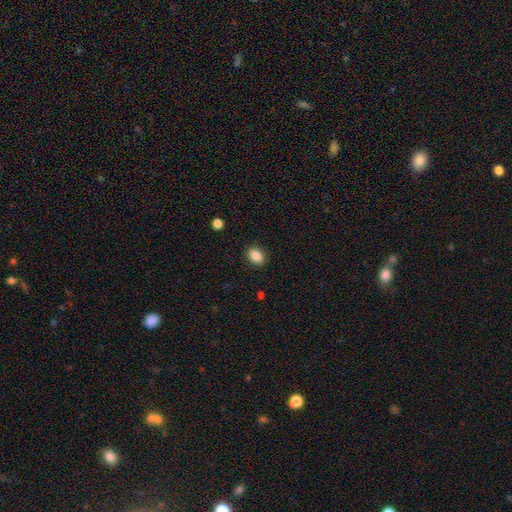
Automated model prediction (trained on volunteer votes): Q: Smooth or featured?
A: smooth (87%); runner-up: star or artifact (9%)
Q: How rounded?
A: in between (69%); runner-up: round (30%)
Q: Merging?
A: none (89%); runner-up: minor disturbance (8%)